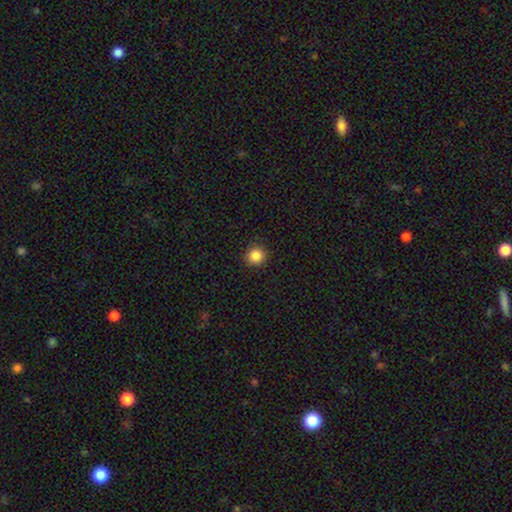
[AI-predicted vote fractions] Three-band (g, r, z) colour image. It shows a smooth galaxy with no disk features (86%) that is round (94%). Merging: none (92%).